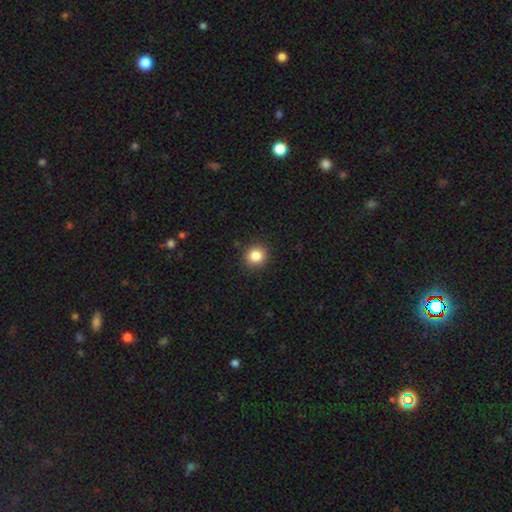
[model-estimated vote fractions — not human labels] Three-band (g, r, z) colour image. It shows a smooth galaxy with no disk features (84%) that is round (90%). Merging: none (91%).